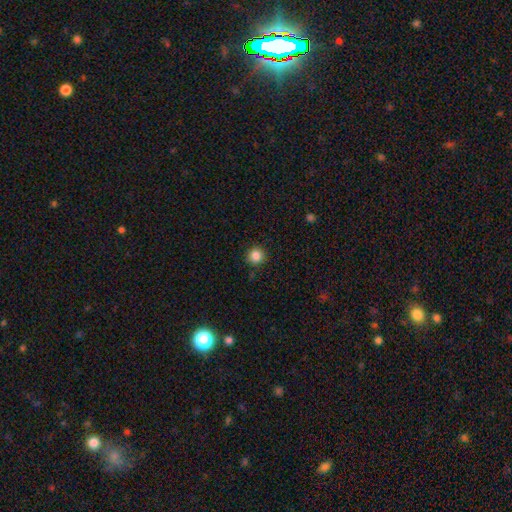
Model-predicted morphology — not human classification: Q: Smooth or featured?
A: smooth (85%); runner-up: star or artifact (11%)
Q: How rounded?
A: round (94%); runner-up: in between (5%)
Q: Merging?
A: none (91%); runner-up: minor disturbance (6%)